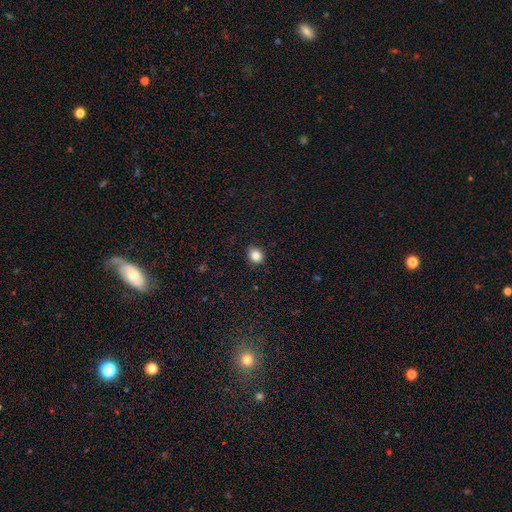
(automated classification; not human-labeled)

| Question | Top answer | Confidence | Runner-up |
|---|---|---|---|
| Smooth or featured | smooth | 85% | star or artifact (10%) |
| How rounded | round | 55% | in between (44%) |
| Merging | none | 85% | minor disturbance (12%) |